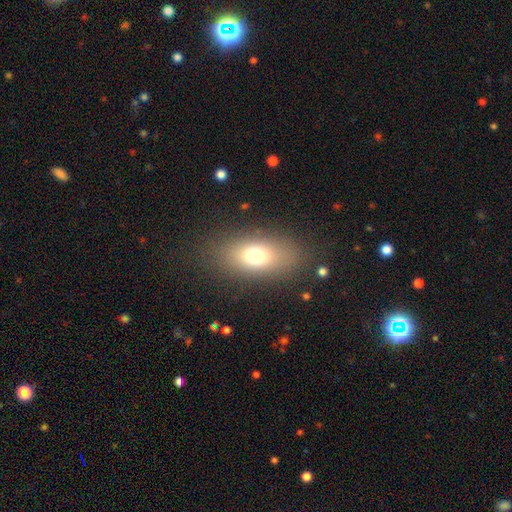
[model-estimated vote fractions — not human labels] Morphology: type=smooth (71%); roundness=in between (82%); merging=none (82%).